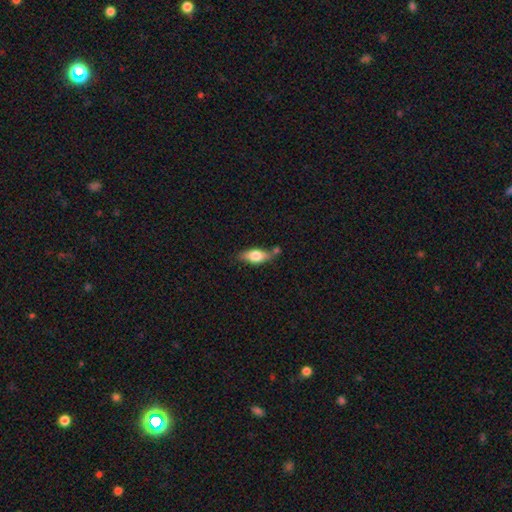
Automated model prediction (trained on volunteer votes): Smooth or featured: smooth — 65% (featured or disk — 28%)
How rounded: in between — 77% (cigar-shaped — 18%)
Merging: none — 61% (minor disturbance — 20%)